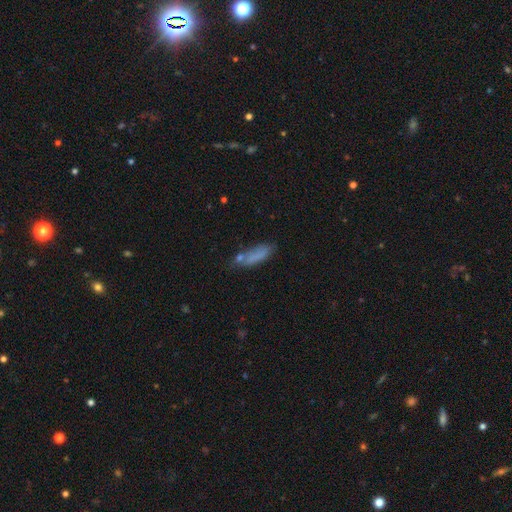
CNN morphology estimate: Overall: smooth (75%). How rounded: cigar-shaped (55%; in between 43%). Merging: none (57%; minor disturbance 22%).